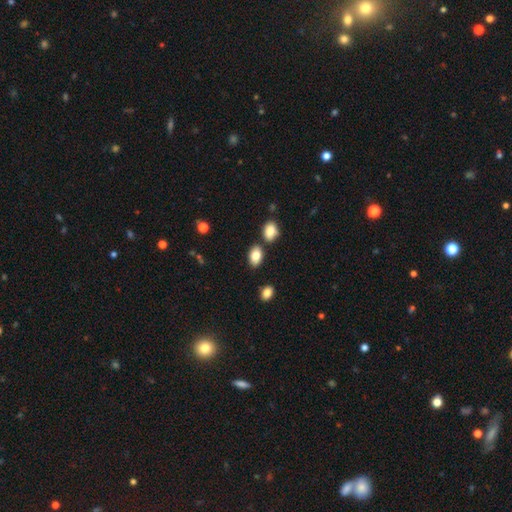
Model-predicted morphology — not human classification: Overall: smooth (85%). How rounded: in between (87%). Merging: none (76%).